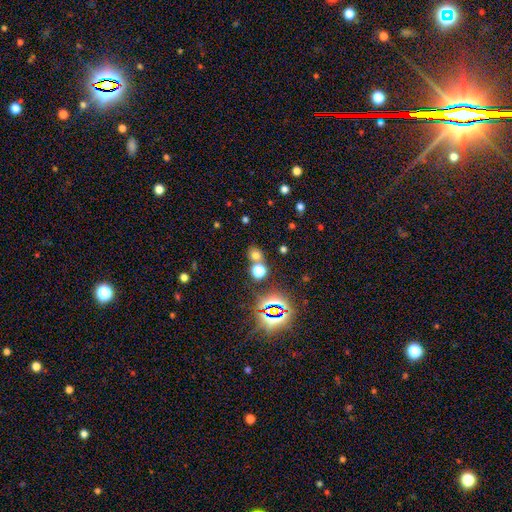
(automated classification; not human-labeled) smooth_or_featured: smooth (p=0.58) [alt: star or artifact p=0.34]
how_rounded: round (p=0.80) [alt: in between p=0.19]
merging: none (p=0.66) [alt: merger p=0.24]